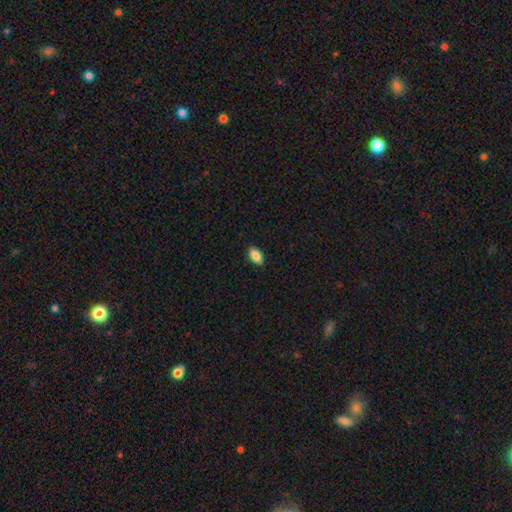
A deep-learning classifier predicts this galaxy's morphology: Smooth or featured? smooth (87%)
How rounded? in between (92%)
Merging? none (88%)